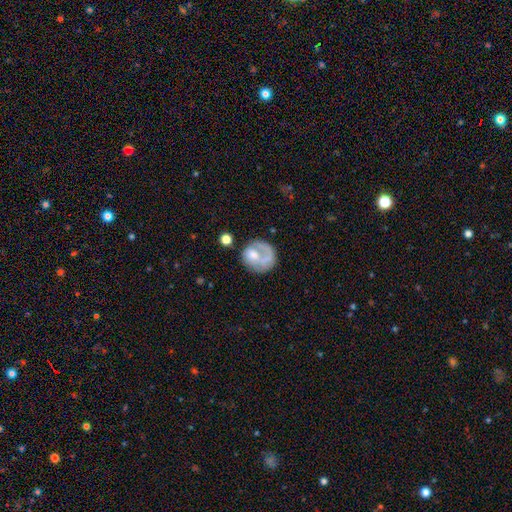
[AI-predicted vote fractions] Smooth or featured: smooth — 48% (featured or disk — 44%)
Merging: none — 50% (major disturbance — 22%)